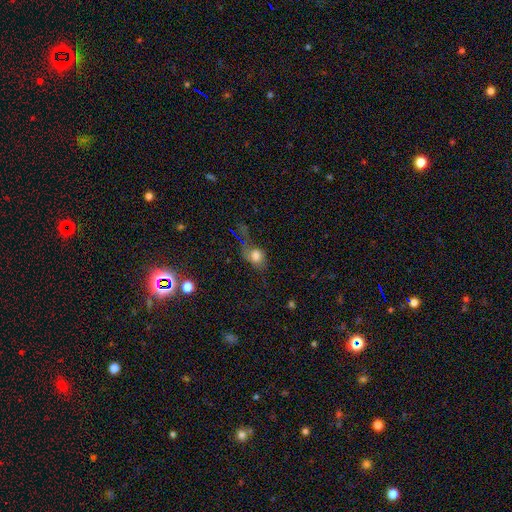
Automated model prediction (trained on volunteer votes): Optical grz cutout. It shows a smooth galaxy with no disk features (70%) that is in between round and cigar-shaped (57%). Merging: none (36%).